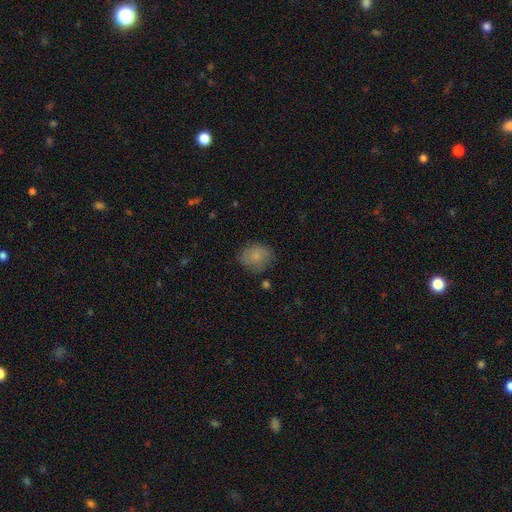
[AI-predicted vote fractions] Overall: smooth (80%). How rounded: round (69%; in between 30%). Merging: none (72%).